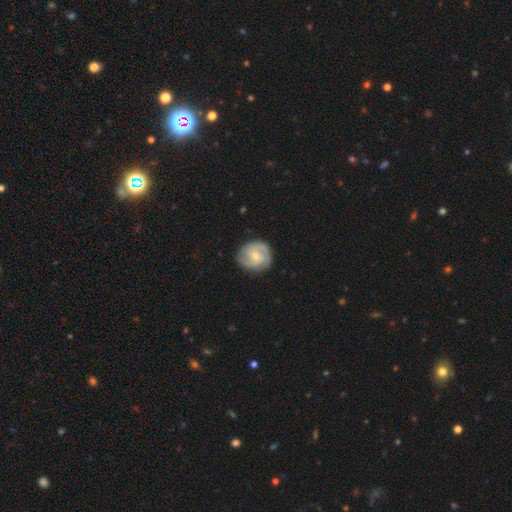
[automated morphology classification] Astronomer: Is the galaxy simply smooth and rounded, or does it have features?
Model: featured or disk — 75%.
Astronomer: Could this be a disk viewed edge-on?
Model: no — 98%.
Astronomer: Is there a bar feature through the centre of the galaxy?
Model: no — 57% (runner-up: weak, 37%).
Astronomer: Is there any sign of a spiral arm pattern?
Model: yes — 94%.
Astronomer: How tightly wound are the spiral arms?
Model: tight — 48% (runner-up: medium, 41%).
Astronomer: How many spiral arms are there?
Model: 2 — 46% (runner-up: 3, 28%).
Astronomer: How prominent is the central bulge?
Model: small — 58% (runner-up: moderate, 37%).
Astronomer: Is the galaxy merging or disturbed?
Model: none — 82%.